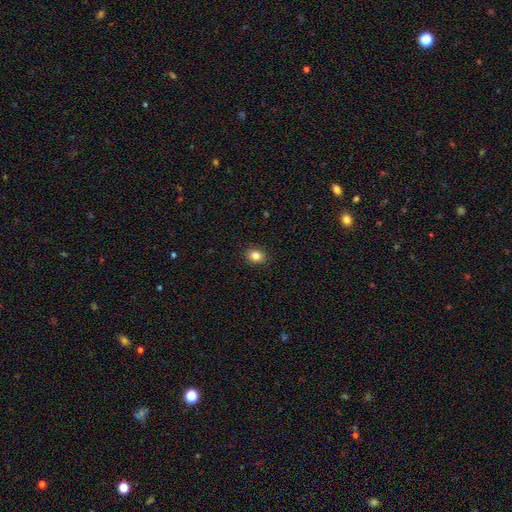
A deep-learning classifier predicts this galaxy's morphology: Smooth or featured? Predicted: smooth (p=0.83). How rounded? Predicted: round (p=0.59). Merging? Predicted: none (p=0.90).